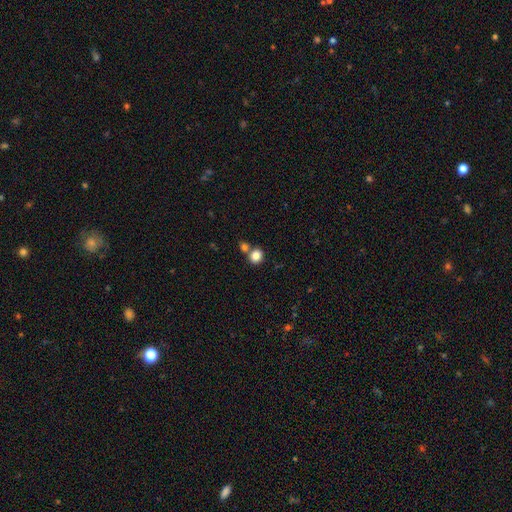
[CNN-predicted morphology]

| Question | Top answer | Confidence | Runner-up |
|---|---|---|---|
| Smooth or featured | smooth | 84% | star or artifact (10%) |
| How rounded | round | 78% | in between (21%) |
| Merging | none | 62% | merger (27%) |